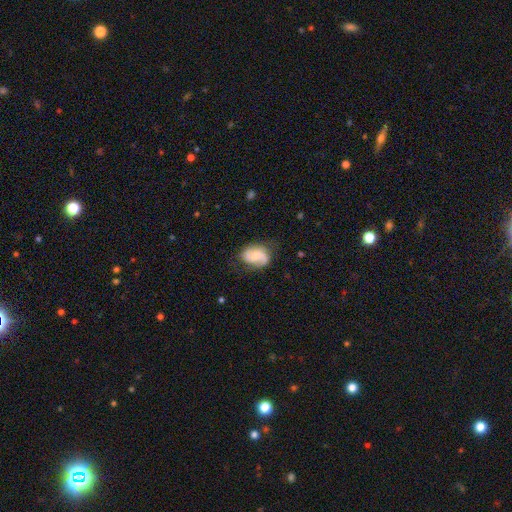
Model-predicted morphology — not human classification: smooth-or-featured: featured or disk: 66% | smooth: 27% | star or artifact: 7%
  disk-edge-on: no: 97% | yes: 3%
    bar: no: 56% | weak: 36% | strong: 8%
    has-spiral-arms: yes: 92% | no: 8%
      spiral-winding: medium: 43% | loose: 35% | tight: 22%
      spiral-arm-count: 2: 83% | can't tell: 8% | 1: 4% | 3: 2% | 4: 1% | more than 4: 1%
    bulge-size: moderate: 48% | small: 43% | none: 4% | large: 3% | dominant: 1%
  merging: none: 68% | minor disturbance: 23% | major disturbance: 8% | merger: 1%